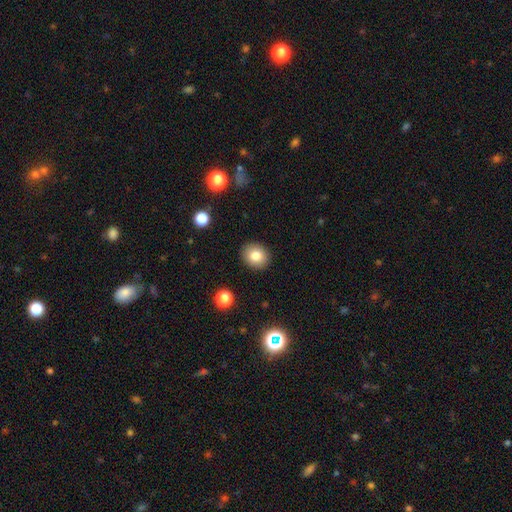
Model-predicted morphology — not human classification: The model was most divided on "how rounded": round: 69%, in between: 30%, cigar-shaped: 1%. More confident: merging — none (90%); smooth or featured — smooth (82%).